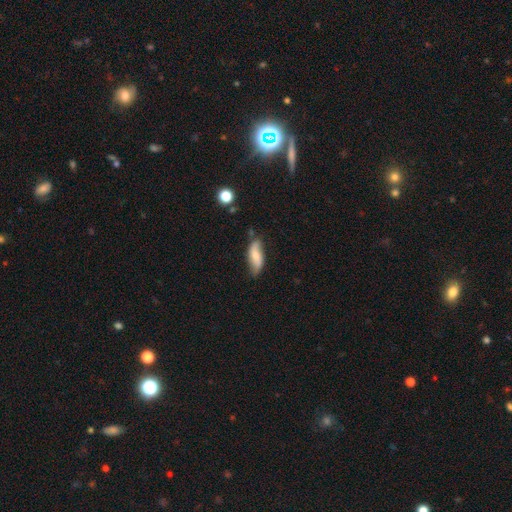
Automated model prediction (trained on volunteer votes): Smooth or featured? smooth (51%)
How rounded? in between (71%)
Merging? none (64%)